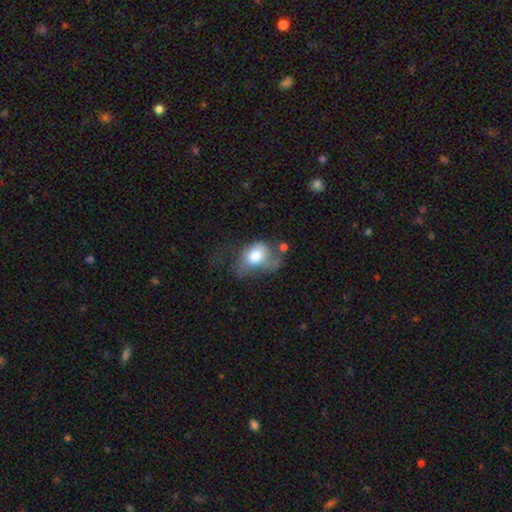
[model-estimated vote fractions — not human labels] smooth_or_featured: smooth (p=0.69) [alt: featured or disk p=0.22]
how_rounded: in between (p=0.75) [alt: round p=0.23]
merging: major disturbance (p=0.46) [alt: minor disturbance p=0.25]